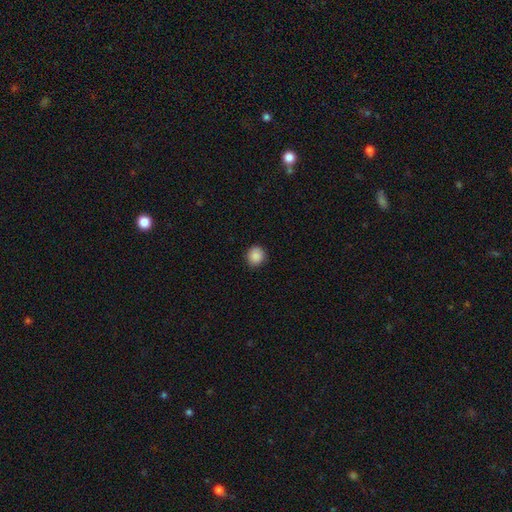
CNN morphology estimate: A smooth galaxy with no disk features (88%) that is round (87%). Merging: none (88%).